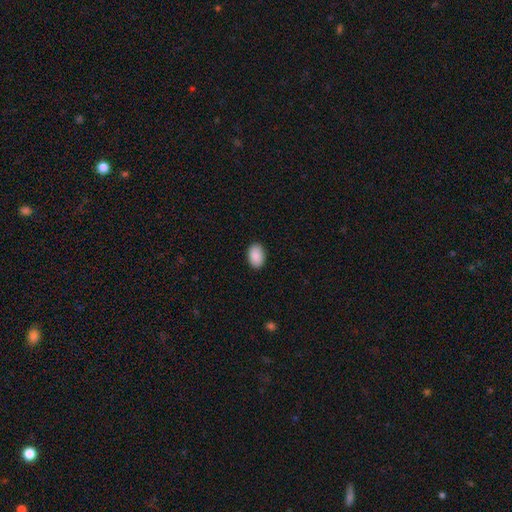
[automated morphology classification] Q: Smooth or featured?
A: smooth (91%); runner-up: star or artifact (6%)
Q: How rounded?
A: in between (87%); runner-up: round (12%)
Q: Merging?
A: none (90%); runner-up: minor disturbance (7%)